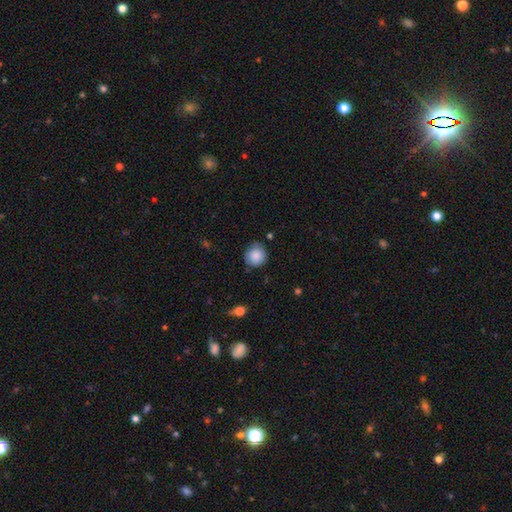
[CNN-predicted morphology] Overall: smooth (86%). How rounded: round (92%). Merging: none (76%).